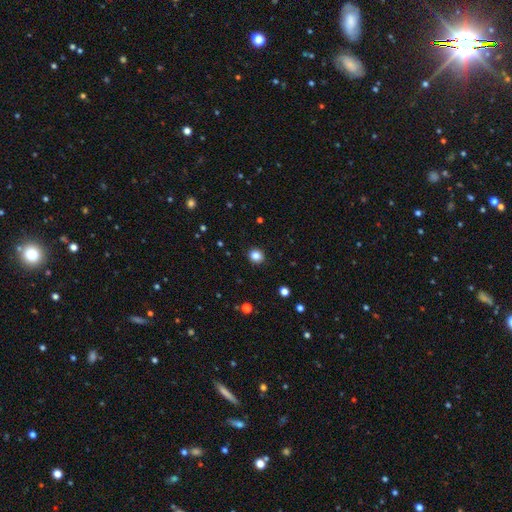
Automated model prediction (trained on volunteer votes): This appears to be a smooth galaxy with no disk features (84%) that is round (86%). Merging: none (92%).